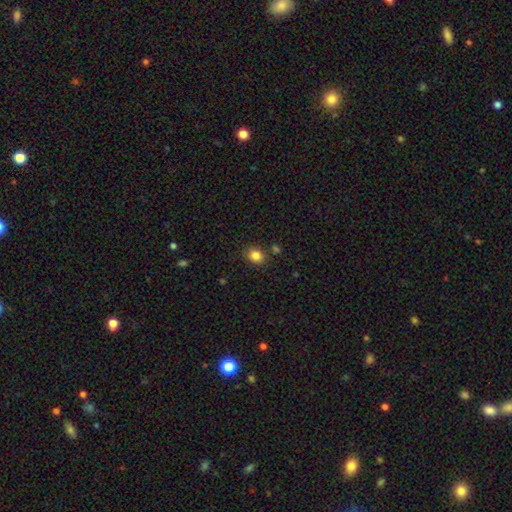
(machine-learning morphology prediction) This is clearly a smooth galaxy (84%). How rounded: likely round (60%). Merging: clearly none (83%).